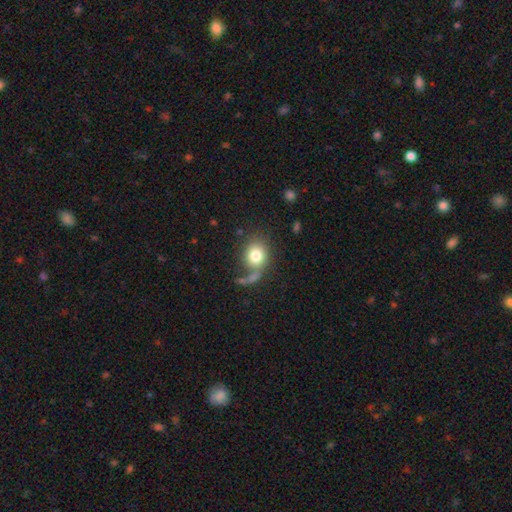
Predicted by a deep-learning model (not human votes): Overall: smooth (78%). How rounded: round (66%; in between 33%). Merging: none (45%; major disturbance 24%).